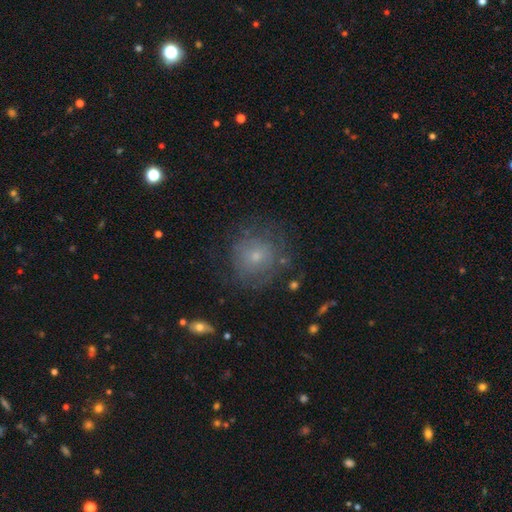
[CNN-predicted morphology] This is possibly a smooth galaxy (54%). How rounded: clearly round (88%). Merging: likely none (69%).